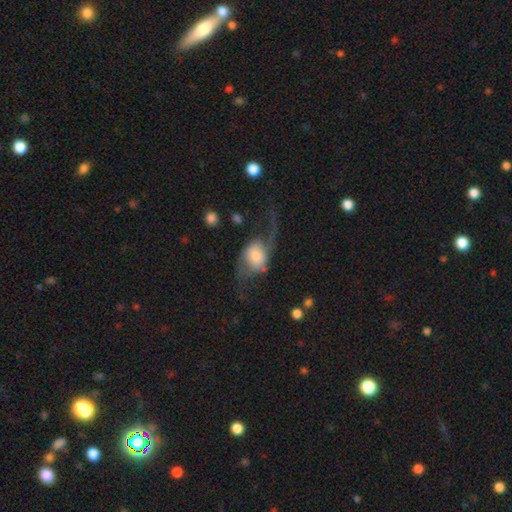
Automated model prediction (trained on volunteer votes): A featured or disk galaxy (68%) with no bar (60%), 2 (91%) loose (86%) spiral arms (91%) and a moderate central bulge (41%). Merging: none (47%).